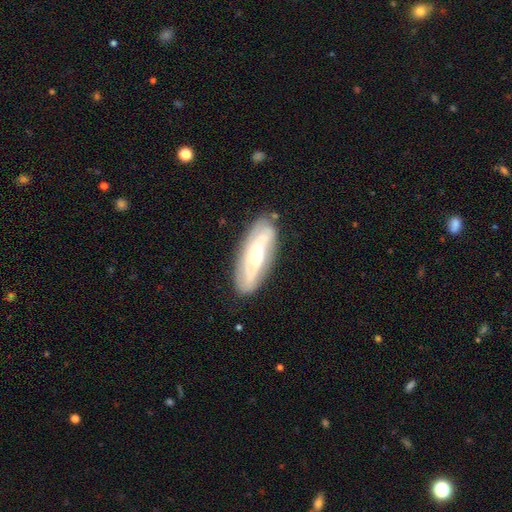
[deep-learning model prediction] Morphology: type=featured or disk (67%); edge-on=no (80%); bar=no (58%); spiral arms=yes (74%); bulge=moderate (53%); merging=none (81%).